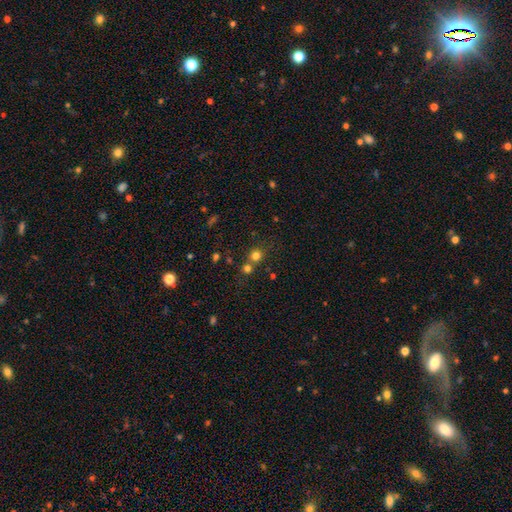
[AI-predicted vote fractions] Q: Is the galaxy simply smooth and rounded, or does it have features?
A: smooth — 74%.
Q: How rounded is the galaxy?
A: round — 89%.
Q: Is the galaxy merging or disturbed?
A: none — 62%.